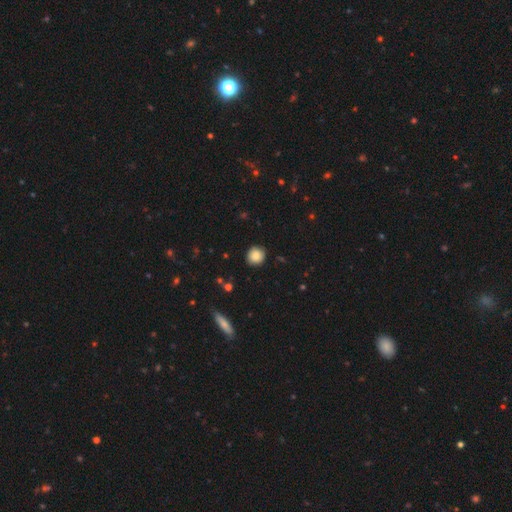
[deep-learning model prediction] Smooth or featured: smooth — 86% (star or artifact — 9%)
How rounded: round — 92% (in between — 6%)
Merging: none — 90% (minor disturbance — 7%)